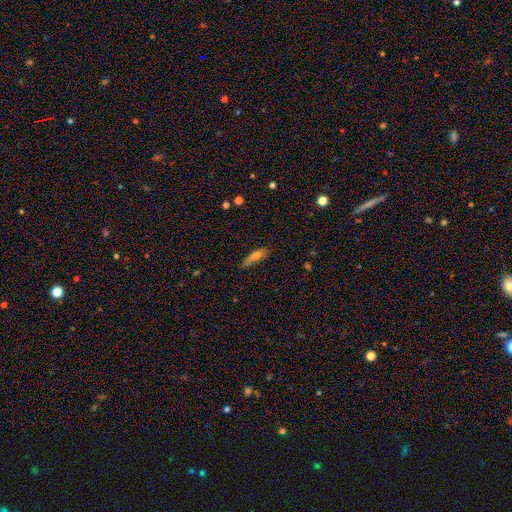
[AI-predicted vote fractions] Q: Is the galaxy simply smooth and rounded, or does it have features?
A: smooth — 69%.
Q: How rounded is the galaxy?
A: cigar-shaped — 65%.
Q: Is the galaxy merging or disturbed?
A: none — 64%.